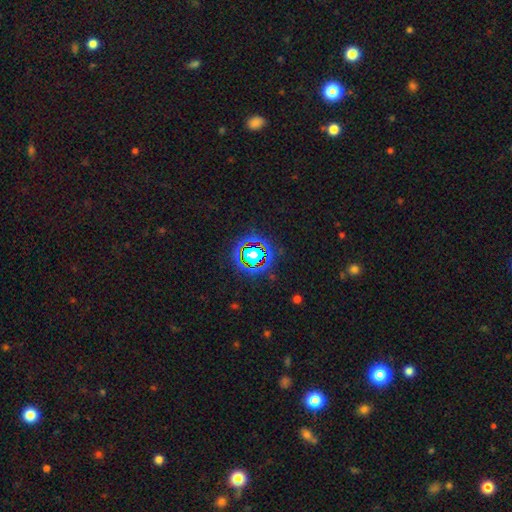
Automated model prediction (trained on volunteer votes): Q: Smooth or featured?
A: star or artifact (79%); runner-up: smooth (13%)